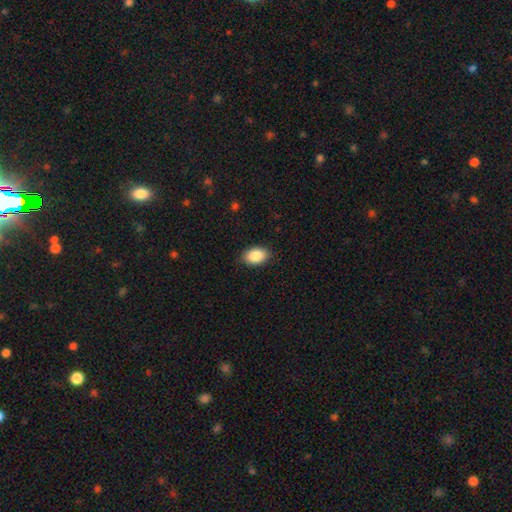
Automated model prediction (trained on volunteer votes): Smooth or featured?
  - smooth: 89% *
  - star or artifact: 7%
  - featured or disk: 4%
How rounded?
  - in between: 89% *
  - round: 10%
  - cigar-shaped: 1%
Merging?
  - none: 88% *
  - minor disturbance: 9%
  - major disturbance: 2%
  - merger: 1%